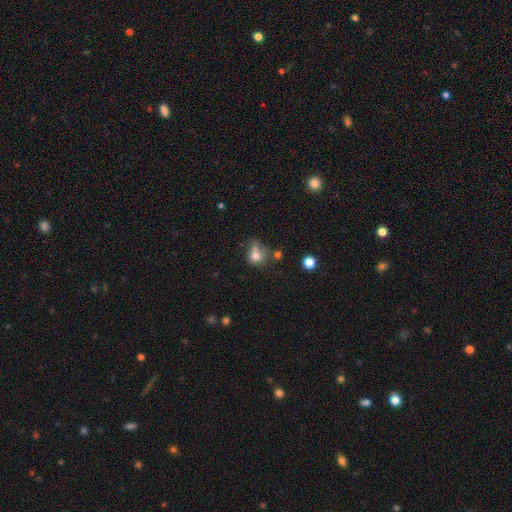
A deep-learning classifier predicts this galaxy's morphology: Smooth or featured: smooth — 73% (featured or disk — 13%)
How rounded: round — 76% (in between — 23%)
Merging: none — 41% (merger — 32%)